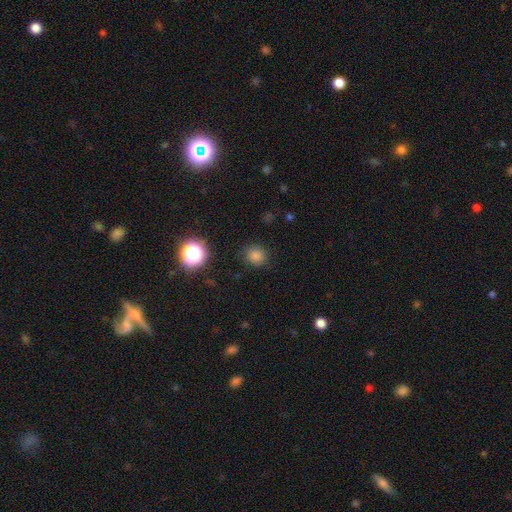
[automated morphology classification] Overall: smooth (79%). How rounded: round (88%). Merging: none (86%).